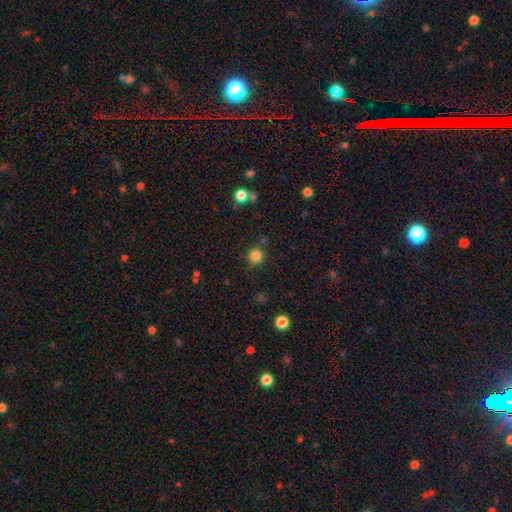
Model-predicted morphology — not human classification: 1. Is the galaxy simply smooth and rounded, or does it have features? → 83% smooth, 12% star or artifact, 4% featured or disk.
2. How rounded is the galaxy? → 92% round, 7% in between, 1% cigar-shaped.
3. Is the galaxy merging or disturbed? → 80% none, 12% minor disturbance, 4% merger, 4% major disturbance.